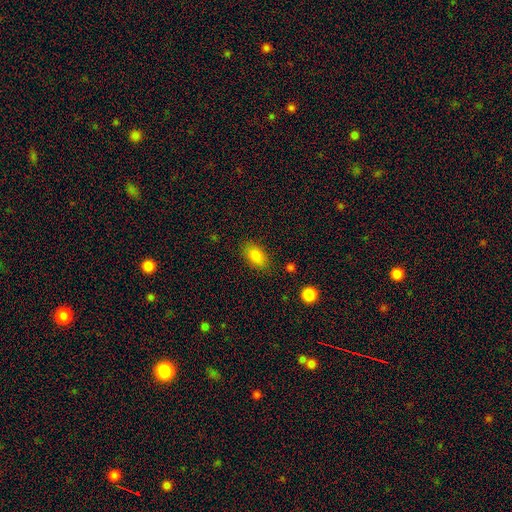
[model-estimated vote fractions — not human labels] smooth_or_featured: smooth (p=0.87) [alt: star or artifact p=0.08]
how_rounded: in between (p=0.91) [alt: round p=0.06]
merging: none (p=0.83) [alt: minor disturbance p=0.12]